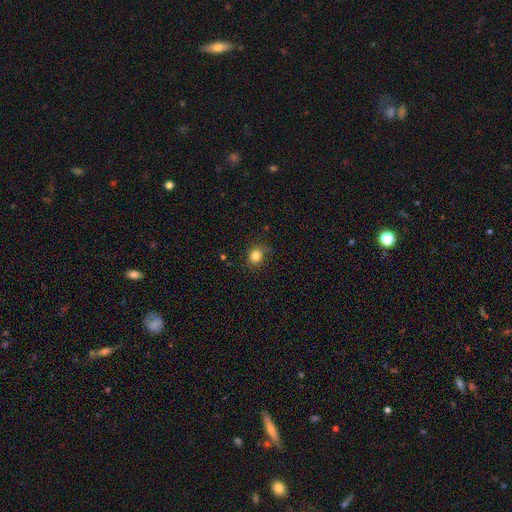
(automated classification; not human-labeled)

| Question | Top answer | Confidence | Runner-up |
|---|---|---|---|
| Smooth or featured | smooth | 82% | star or artifact (12%) |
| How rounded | round | 76% | in between (23%) |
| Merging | none | 81% | minor disturbance (14%) |